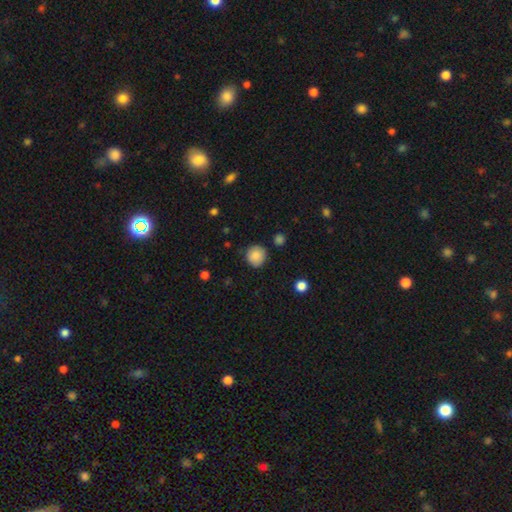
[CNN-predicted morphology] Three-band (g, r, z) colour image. It shows a smooth galaxy with no disk features (86%) that is round (91%). Merging: none (84%).